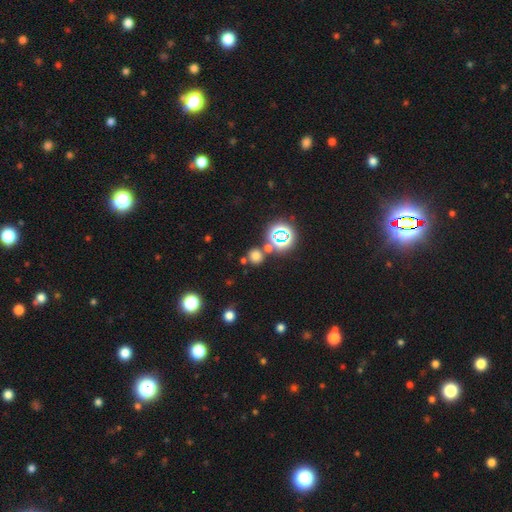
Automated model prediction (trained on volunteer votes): A smooth galaxy with no disk features (67%) that is round (90%).

Vote fractions:
- Smooth or featured? smooth: 67% / star or artifact: 27% / featured or disk: 7%
- How rounded? round: 90% / in between: 9% / cigar-shaped: 1%
- Merging? none: 75% / merger: 14% / minor disturbance: 8% / major disturbance: 3%